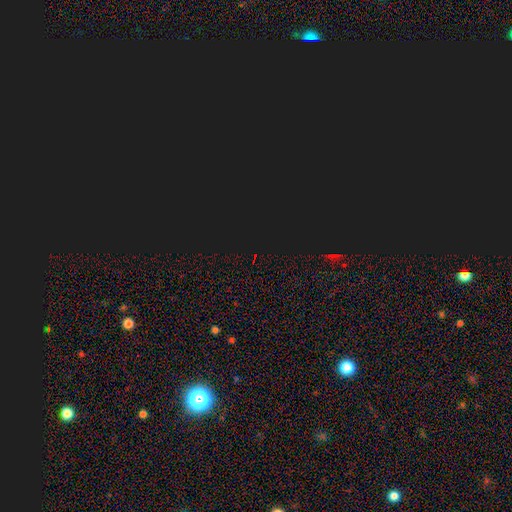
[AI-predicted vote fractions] star or artifact 82%, smooth 11%, featured or disk 7%.